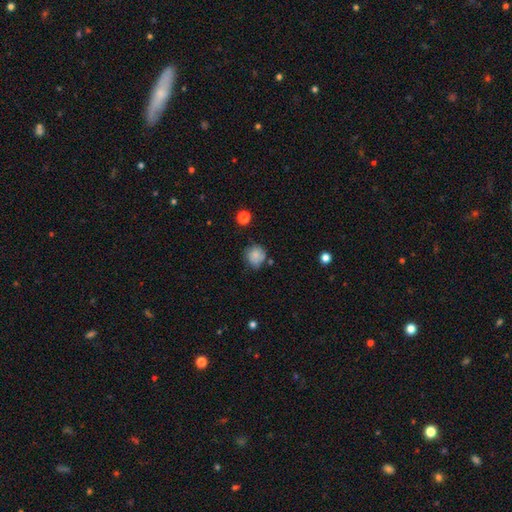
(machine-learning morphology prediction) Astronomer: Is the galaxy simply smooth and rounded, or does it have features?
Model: smooth — 79%.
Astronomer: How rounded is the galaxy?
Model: round — 84%.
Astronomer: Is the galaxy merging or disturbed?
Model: none — 62%.